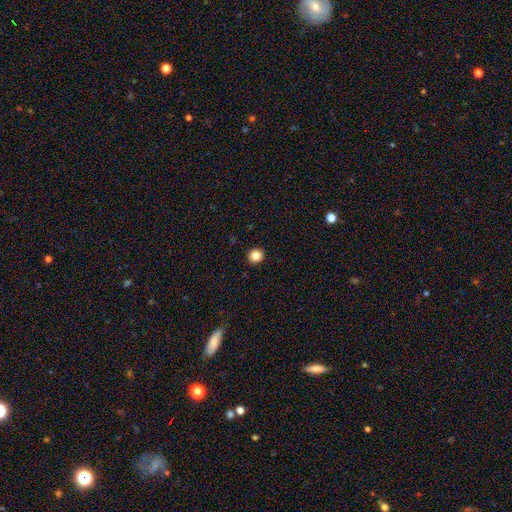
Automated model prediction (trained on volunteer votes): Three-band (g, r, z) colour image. It shows a smooth galaxy with no disk features (84%) that is round (90%). Merging: none (93%).